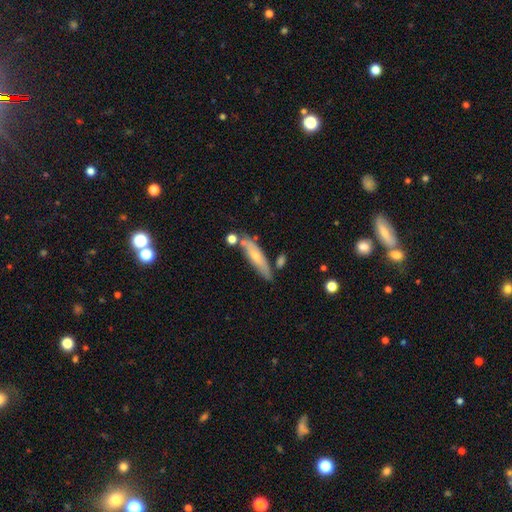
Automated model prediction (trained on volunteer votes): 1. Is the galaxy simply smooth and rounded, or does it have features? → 59% smooth, 34% featured or disk, 6% star or artifact.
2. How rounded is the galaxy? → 71% cigar-shaped, 27% in between, 2% round.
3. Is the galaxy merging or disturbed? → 65% none, 19% minor disturbance, 12% merger, 5% major disturbance.